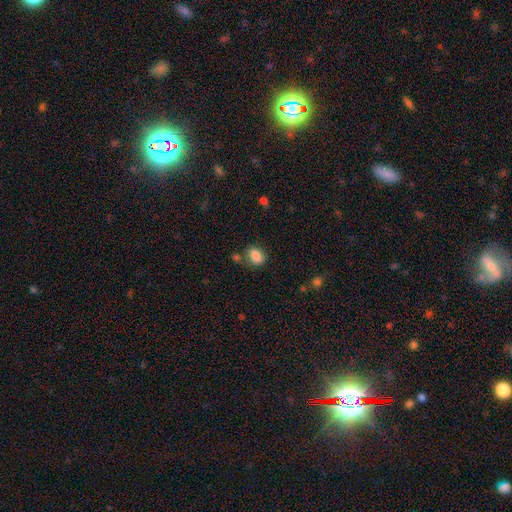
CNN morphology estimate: The model was most divided on "how rounded": in between: 67%, round: 31%, cigar-shaped: 2%. More confident: smooth or featured — smooth (85%); merging — none (68%).